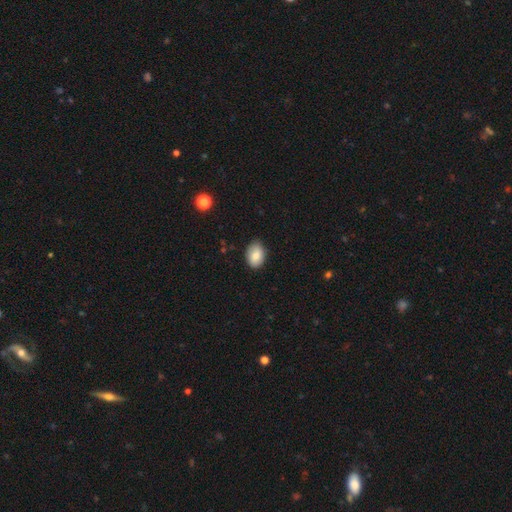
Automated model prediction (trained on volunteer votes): This appears to be a smooth galaxy with no disk features (84%) that is in between round and cigar-shaped (82%). Merging: none (82%).